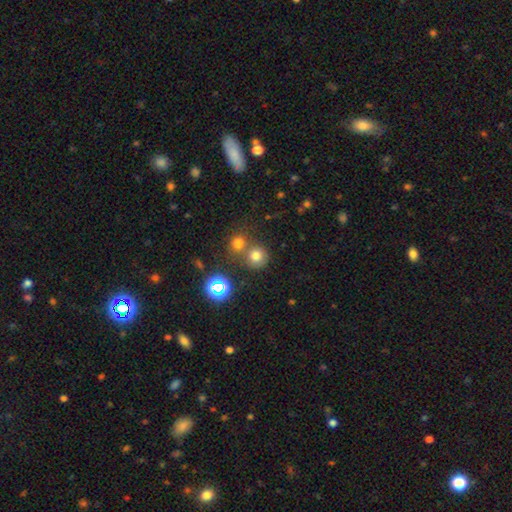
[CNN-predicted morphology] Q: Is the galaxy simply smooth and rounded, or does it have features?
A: smooth — 71%.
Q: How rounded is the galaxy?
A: round — 90%.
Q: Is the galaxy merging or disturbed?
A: none — 60%.